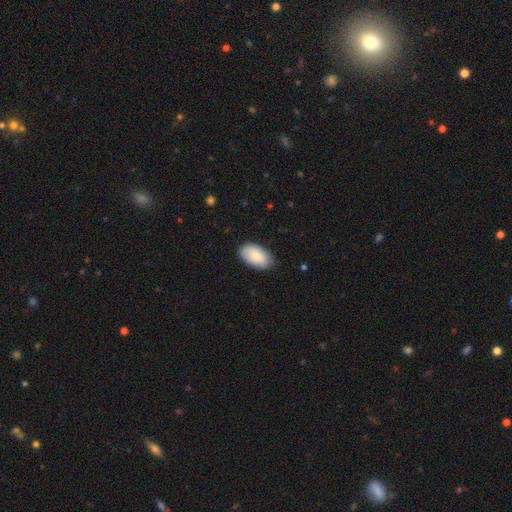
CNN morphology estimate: Smooth or featured?
  - smooth: 82% *
  - featured or disk: 12%
  - star or artifact: 6%
How rounded?
  - in between: 95% *
  - round: 4%
  - cigar-shaped: 1%
Merging?
  - none: 83% *
  - minor disturbance: 13%
  - major disturbance: 2%
  - merger: 1%